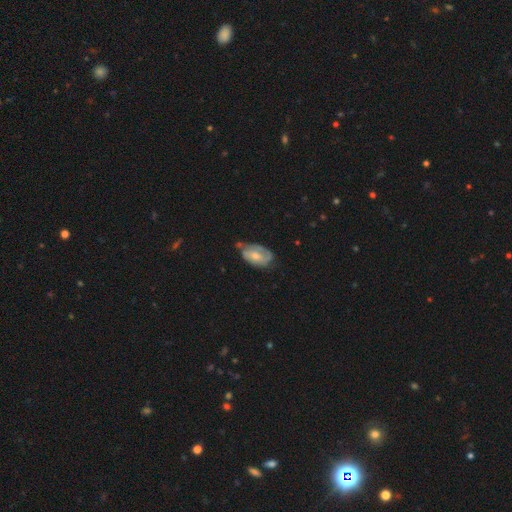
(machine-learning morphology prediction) smooth-or-featured: featured or disk: 54% | smooth: 40% | star or artifact: 6%
  disk-edge-on: no: 94% | yes: 6%
    bar: no: 65% | weak: 29% | strong: 6%
    has-spiral-arms: yes: 68% | no: 32%
    bulge-size: moderate: 54% | small: 34% | large: 7% | none: 5% | dominant: 1%
  merging: none: 41% | minor disturbance: 37% | major disturbance: 16% | merger: 6%